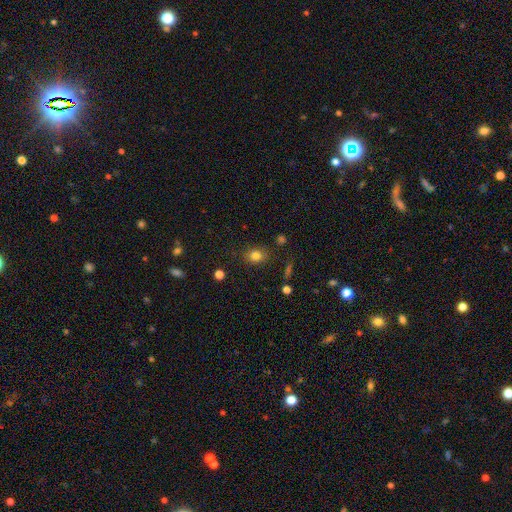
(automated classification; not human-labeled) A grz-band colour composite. It shows a smooth galaxy with no disk features (80%) that is round (55%). Merging: none (83%).